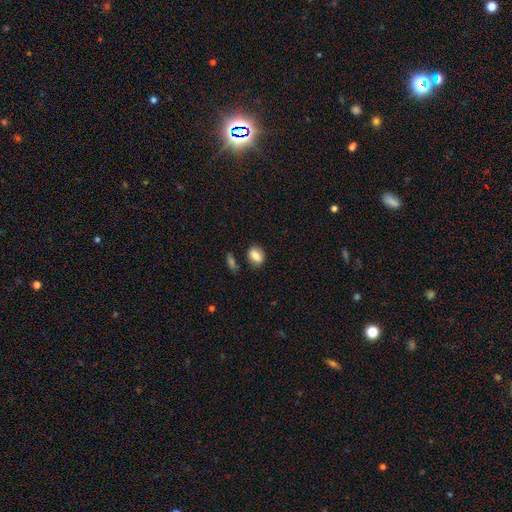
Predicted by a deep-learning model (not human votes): smooth 79%, featured or disk 12%, star or artifact 9%. Down the decision tree: how rounded — in between (71%); merging — none (74%).